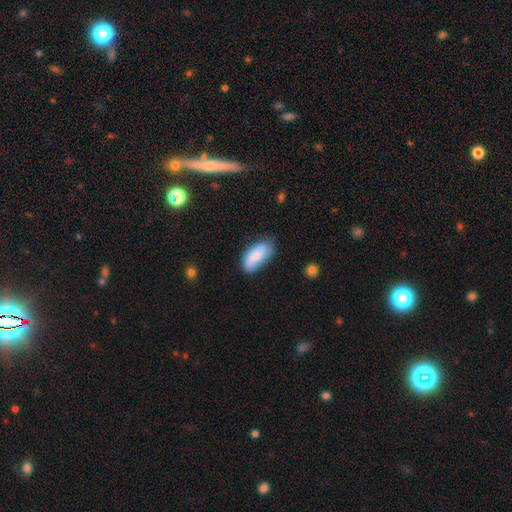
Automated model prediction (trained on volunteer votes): Smooth or featured? smooth (79%)
How rounded? in between (89%)
Merging? none (61%)